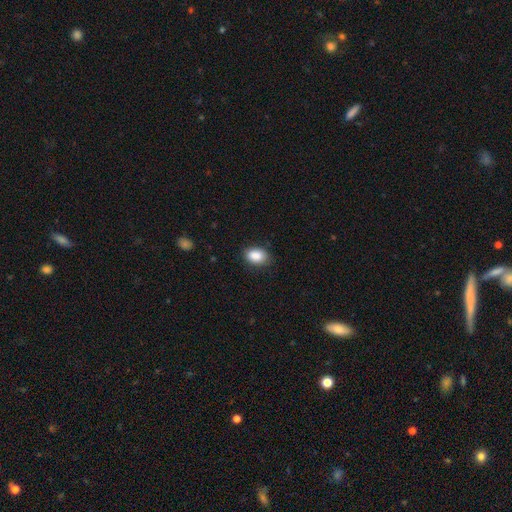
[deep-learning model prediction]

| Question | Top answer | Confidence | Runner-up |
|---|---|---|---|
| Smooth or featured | smooth | 89% | star or artifact (8%) |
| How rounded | in between | 84% | round (15%) |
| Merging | none | 82% | minor disturbance (14%) |